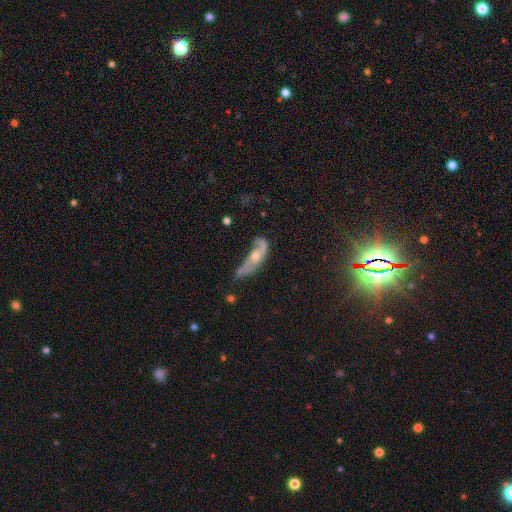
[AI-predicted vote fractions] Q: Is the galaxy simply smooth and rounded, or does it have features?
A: featured or disk — 59%.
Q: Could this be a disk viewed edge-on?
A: no — 76%.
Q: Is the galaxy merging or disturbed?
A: major disturbance — 35%.